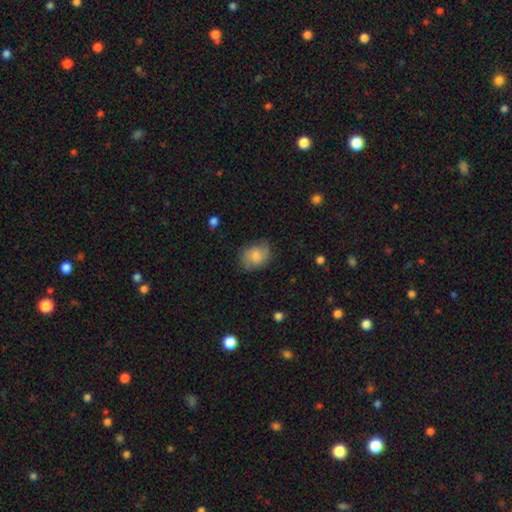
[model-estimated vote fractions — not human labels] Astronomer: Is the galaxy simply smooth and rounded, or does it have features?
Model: smooth — 75%.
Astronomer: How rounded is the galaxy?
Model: in between — 58% (runner-up: round, 41%).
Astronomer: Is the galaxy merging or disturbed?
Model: none — 68%.